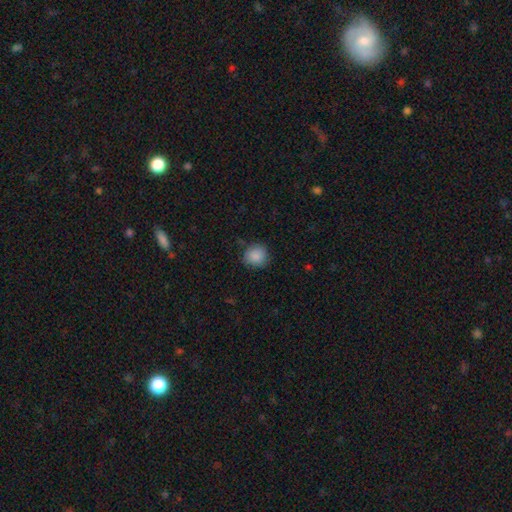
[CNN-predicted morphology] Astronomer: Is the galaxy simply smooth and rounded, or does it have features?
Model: smooth — 88%.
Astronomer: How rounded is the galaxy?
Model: round — 85%.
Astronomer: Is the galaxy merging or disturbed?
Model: none — 79%.